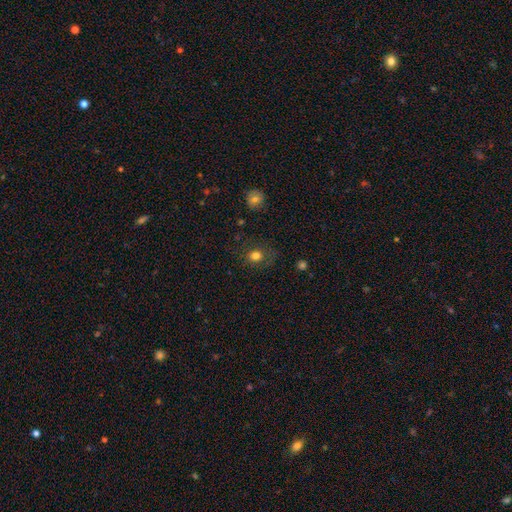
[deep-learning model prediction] Smooth or featured? smooth (78%)
How rounded? round (71%)
Merging? none (73%)